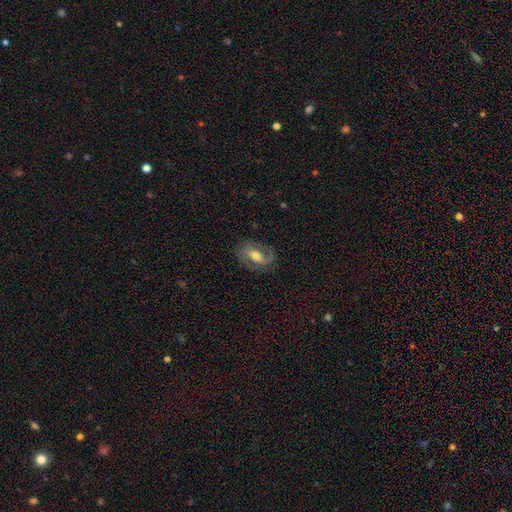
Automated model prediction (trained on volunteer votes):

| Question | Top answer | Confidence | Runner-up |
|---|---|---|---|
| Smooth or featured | featured or disk | 71% | smooth (22%) |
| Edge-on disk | no | 93% | yes (7%) |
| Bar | strong | 39% | weak (37%) |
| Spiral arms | yes | 84% | no (16%) |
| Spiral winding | medium | 43% | tight (30%) |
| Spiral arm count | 2 | 73% | 1 (15%) |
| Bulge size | moderate | 65% | small (28%) |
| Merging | none | 73% | minor disturbance (17%) |